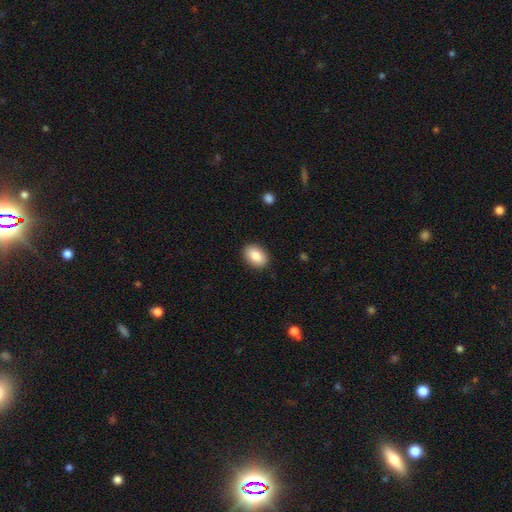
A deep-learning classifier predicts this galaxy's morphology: Q: Smooth or featured?
A: smooth (88%); runner-up: star or artifact (7%)
Q: How rounded?
A: in between (85%); runner-up: round (14%)
Q: Merging?
A: none (89%); runner-up: minor disturbance (8%)